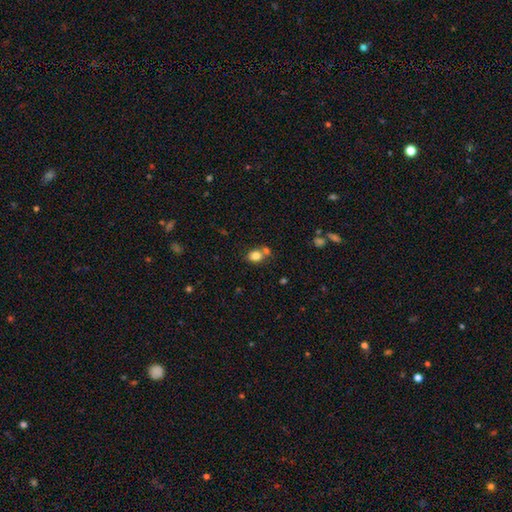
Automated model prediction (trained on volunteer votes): smooth 82%, star or artifact 11%, featured or disk 7%. Down the decision tree: how rounded — in between (55%); merging — none (58%).